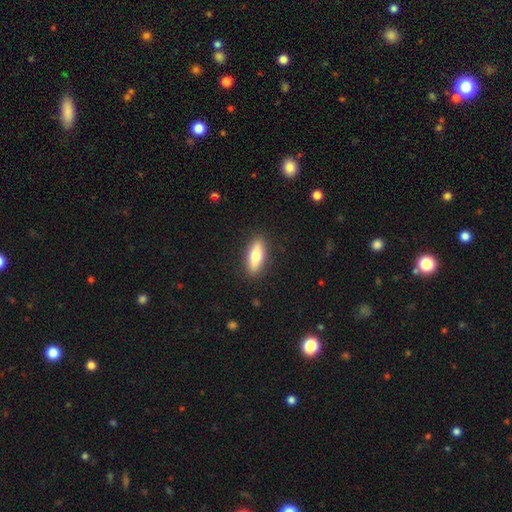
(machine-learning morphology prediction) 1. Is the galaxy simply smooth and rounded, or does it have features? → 70% smooth, 24% featured or disk, 6% star or artifact.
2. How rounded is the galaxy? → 60% in between, 38% cigar-shaped, 3% round.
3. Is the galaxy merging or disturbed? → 88% none, 8% minor disturbance, 2% major disturbance, 1% merger.